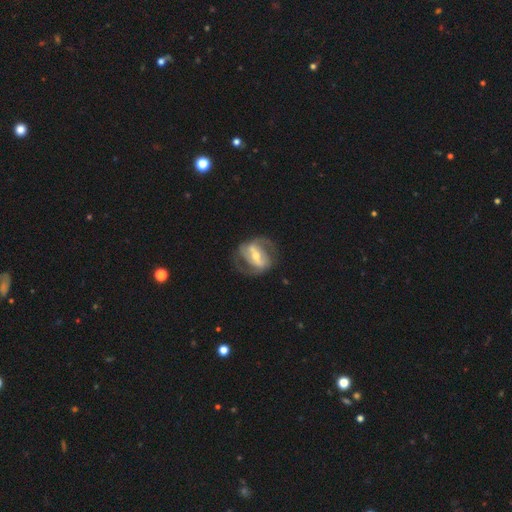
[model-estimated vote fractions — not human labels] Morphology: type=featured or disk (81%); edge-on=no (94%); bar=strong (64%); spiral arms=yes (81%); winding=medium (48%); arm count=2 (84%); bulge=moderate (58%); merging=none (68%).